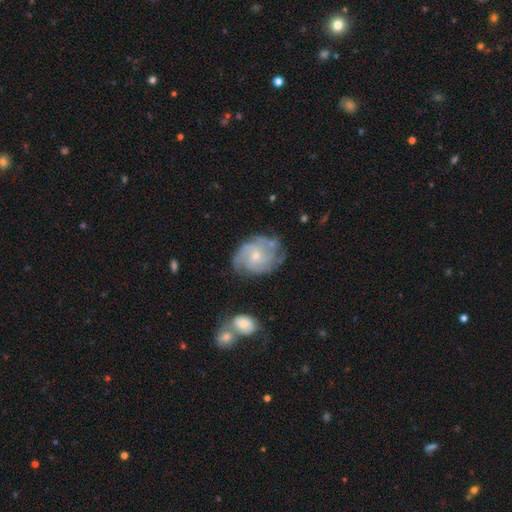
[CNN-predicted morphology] type=featured or disk (81%); edge-on=no (98%); bar=no (70%); spiral arms=yes (94%); winding=tight (54%); arm count=can't tell (29%); bulge=small (62%); merging=none (65%).